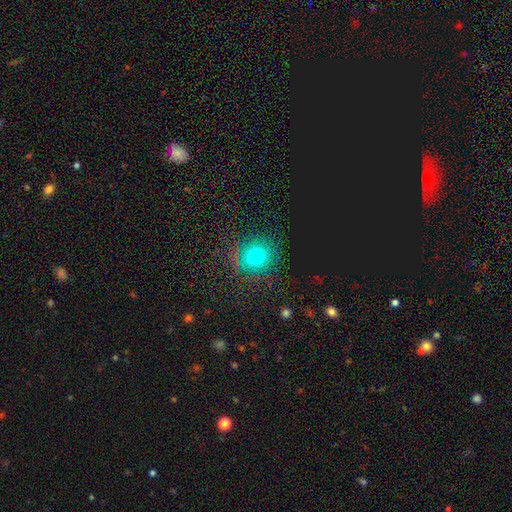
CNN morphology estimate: Q: Smooth or featured?
A: smooth (71%); runner-up: star or artifact (21%)
Q: How rounded?
A: round (86%); runner-up: in between (13%)
Q: Merging?
A: none (83%); runner-up: minor disturbance (10%)